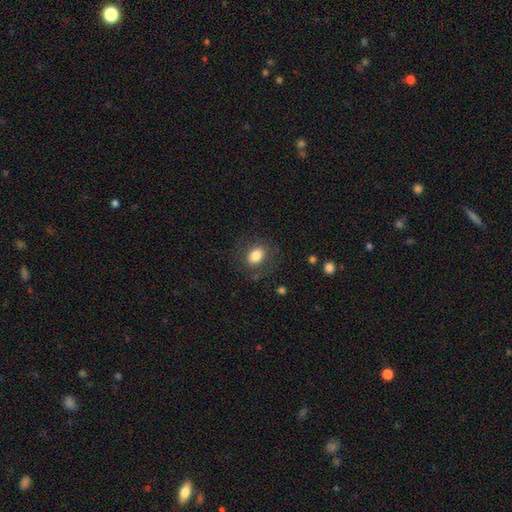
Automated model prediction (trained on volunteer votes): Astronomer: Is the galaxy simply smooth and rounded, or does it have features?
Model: smooth — 79%.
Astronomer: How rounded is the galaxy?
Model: in between — 65%.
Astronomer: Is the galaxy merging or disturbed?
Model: none — 77%.